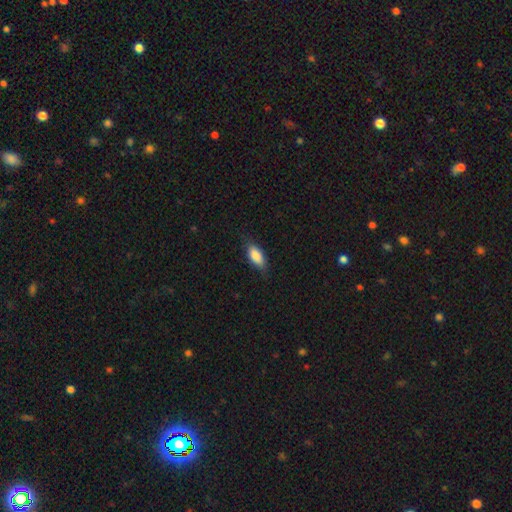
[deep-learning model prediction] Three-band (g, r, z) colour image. It shows a smooth galaxy with no disk features (83%) that is in between round and cigar-shaped (83%). Merging: none (75%).